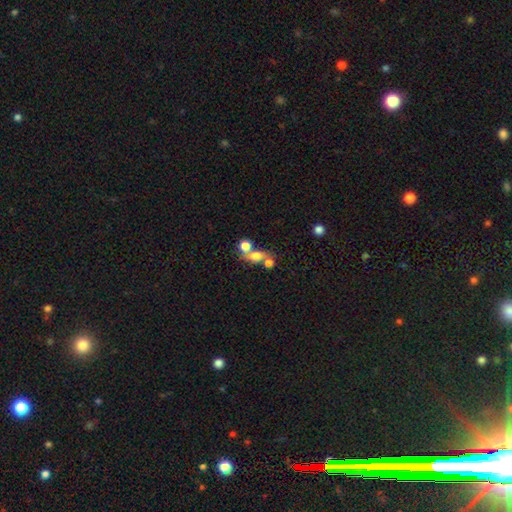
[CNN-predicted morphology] Smooth or featured? Predicted: smooth (p=0.68). How rounded? Predicted: in between (p=0.57). Merging? Predicted: merger (p=0.48).